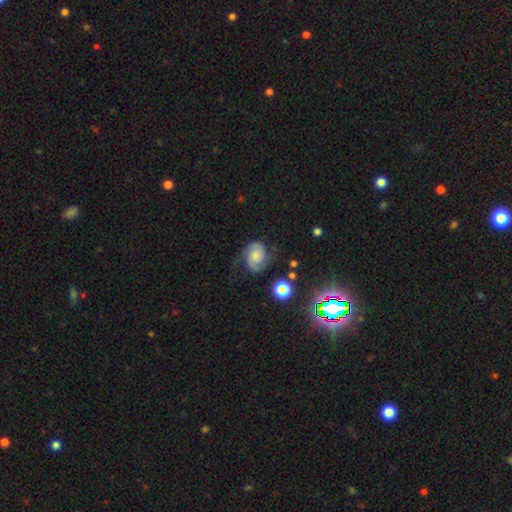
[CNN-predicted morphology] smooth_or_featured: featured or disk (p=0.73) [alt: smooth p=0.18]
disk_edge_on: no (p=0.98) [alt: yes p=0.02]
bar: no (p=0.69) [alt: weak p=0.26]
has_spiral_arms: yes (p=0.96) [alt: no p=0.04]
spiral_winding: medium (p=0.45) [alt: tight p=0.39]
spiral_arm_count: 2 (p=0.88) [alt: can't tell p=0.06]
bulge_size: small (p=0.40) [alt: moderate p=0.36]
merging: none (p=0.69) [alt: minor disturbance p=0.19]